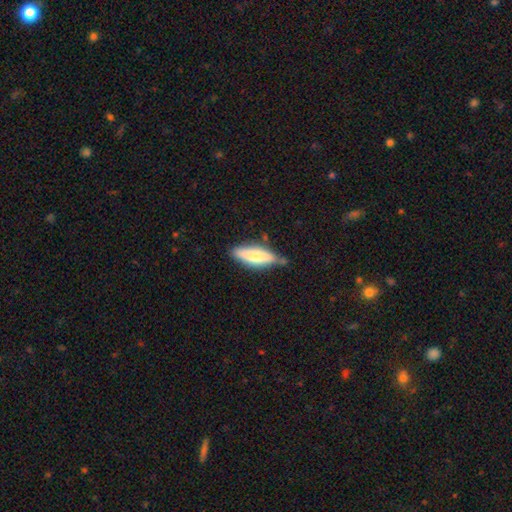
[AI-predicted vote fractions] Q: Smooth or featured?
A: smooth (67%); runner-up: featured or disk (27%)
Q: How rounded?
A: cigar-shaped (50%); runner-up: in between (48%)
Q: Merging?
A: none (64%); runner-up: minor disturbance (25%)